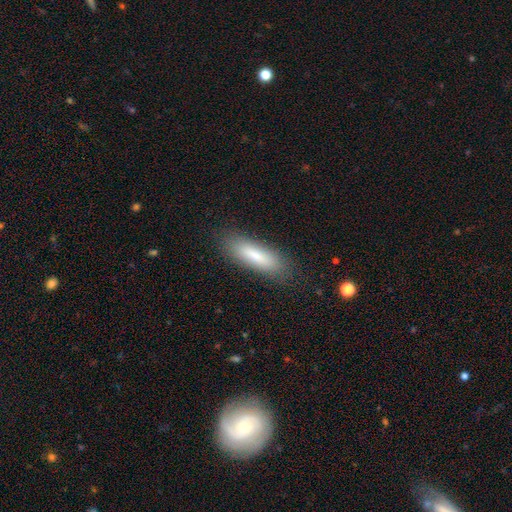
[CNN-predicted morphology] Overall: smooth (79%). How rounded: cigar-shaped (58%; in between 40%). Merging: none (85%).